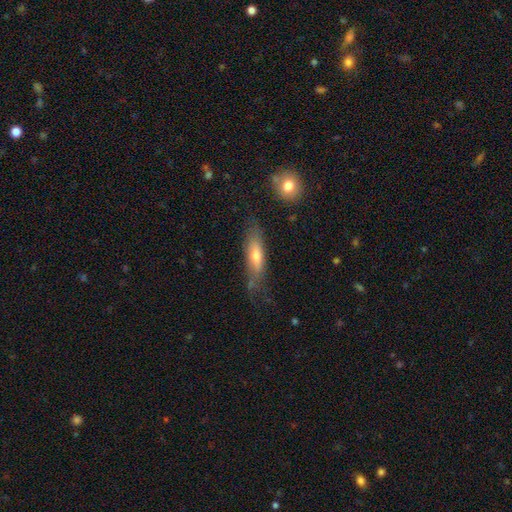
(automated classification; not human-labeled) smooth_or_featured: smooth (p=0.60) [alt: featured or disk p=0.33]
how_rounded: cigar-shaped (p=0.58) [alt: in between p=0.40]
merging: none (p=0.64) [alt: minor disturbance p=0.24]